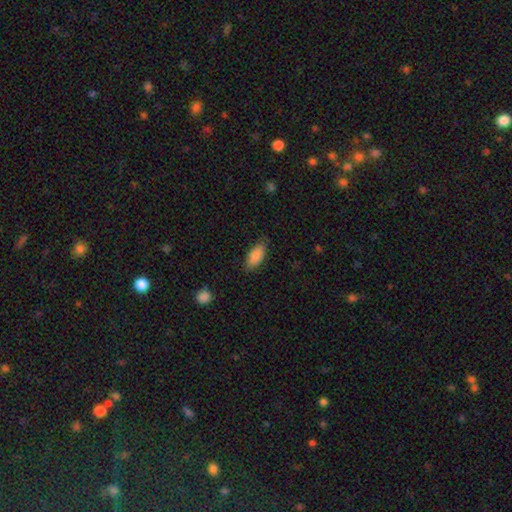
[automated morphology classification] smooth-or-featured: smooth: 87% | featured or disk: 7% | star or artifact: 6%
  how-rounded: in between: 87% | cigar-shaped: 11% | round: 2%
  merging: none: 79% | minor disturbance: 17% | major disturbance: 3% | merger: 1%